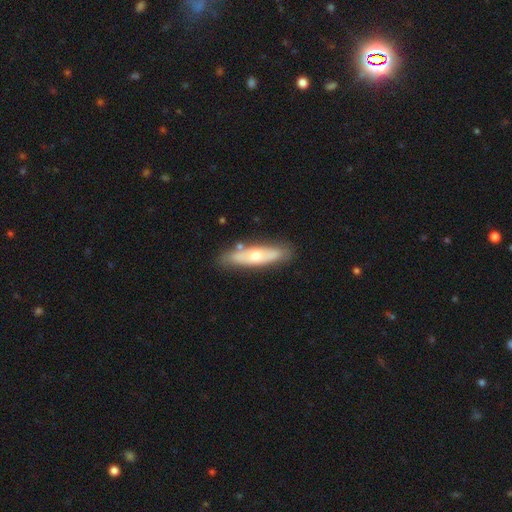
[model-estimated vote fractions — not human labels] The model was most divided on "smooth or featured": featured or disk: 50%, smooth: 44%, star or artifact: 6%. More confident: merging — none (79%); edge-on disk — no (53%).